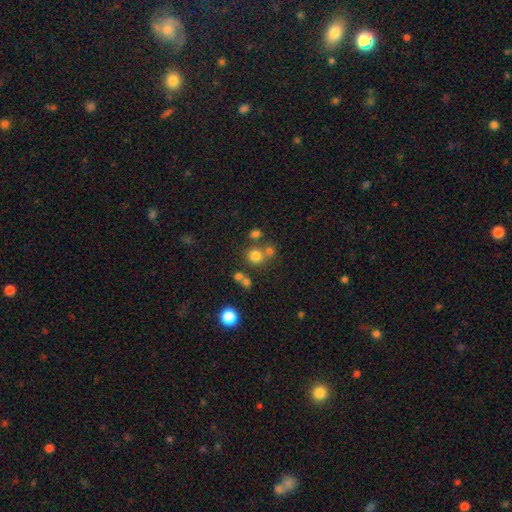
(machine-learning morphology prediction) This is likely a smooth galaxy (74%). How rounded: clearly round (89%). Merging: likely none (65%).